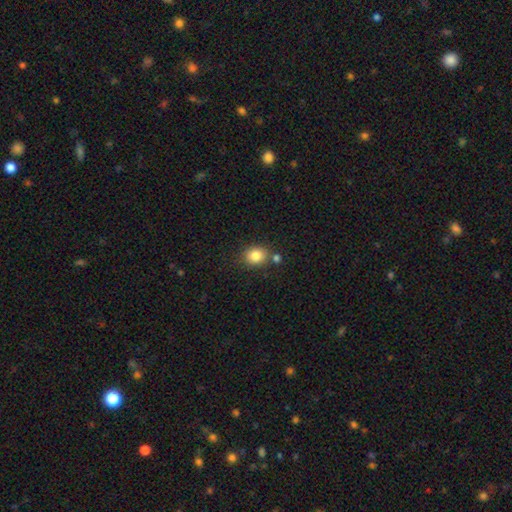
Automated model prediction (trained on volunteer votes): Smooth or featured? smooth (84%)
How rounded? round (63%)
Merging? none (74%)